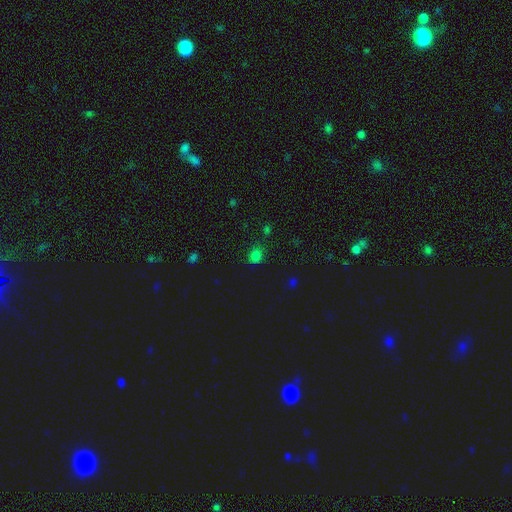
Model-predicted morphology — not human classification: This appears to be a smooth galaxy with no disk features (73%) that is round (67%). Merging: none (71%).